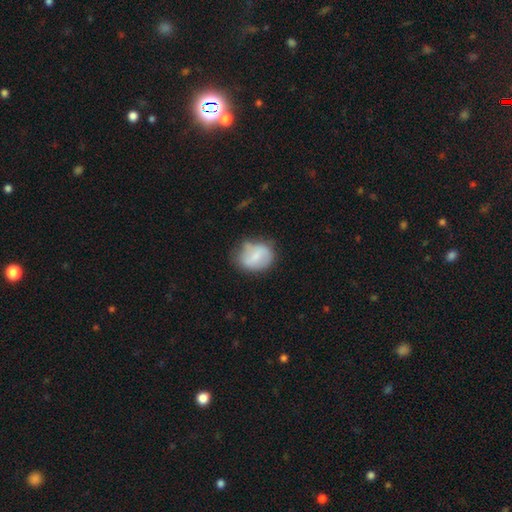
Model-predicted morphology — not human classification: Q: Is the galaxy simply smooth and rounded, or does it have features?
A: smooth — 64%.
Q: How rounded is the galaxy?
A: in between — 52%.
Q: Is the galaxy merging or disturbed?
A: none — 50%.